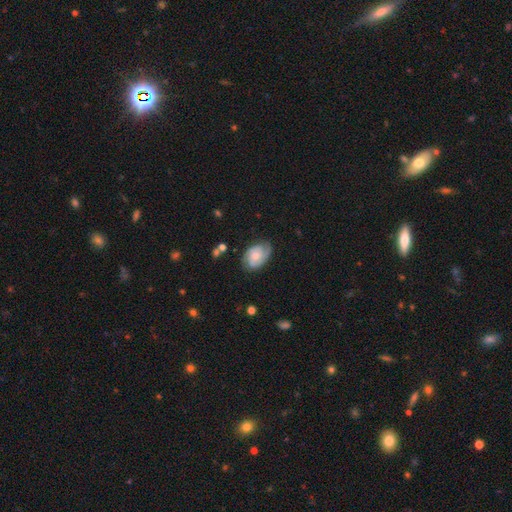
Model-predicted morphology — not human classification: Smooth or featured? featured or disk (71%)
Edge-on disk? no (97%)
Bar? no (70%)
Spiral arms? yes (93%)
Spiral winding? tight (50%)
Spiral arm count? 2 (54%)
Bulge size? moderate (50%)
Merging? none (73%)